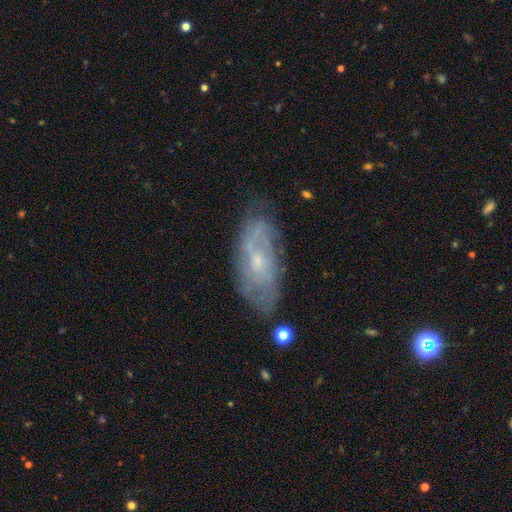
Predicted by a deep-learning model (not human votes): Overall: featured or disk (62%; smooth 28%). Edge-on disk: no (86%). Bar: no (67%; weak 28%). Spiral arms: yes (72%). Bulge size: small (61%; moderate 31%). Merging: none (73%).